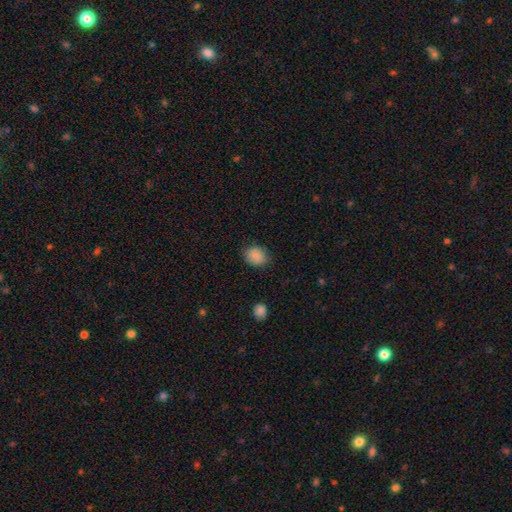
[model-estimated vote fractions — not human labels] smooth_or_featured: smooth (p=0.86) [alt: star or artifact p=0.08]
how_rounded: round (p=0.52) [alt: in between p=0.48]
merging: none (p=0.81) [alt: minor disturbance p=0.15]